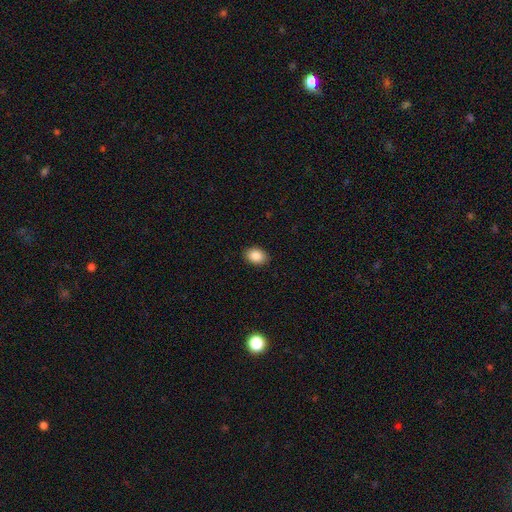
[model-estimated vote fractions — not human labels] This is clearly a smooth galaxy (87%). How rounded: likely in between (76%). Merging: clearly none (90%).